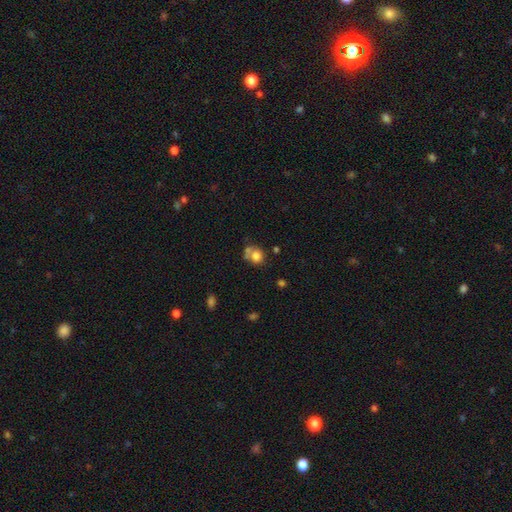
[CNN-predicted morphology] type=smooth (74%); roundness=round (69%); merging=none (41%).